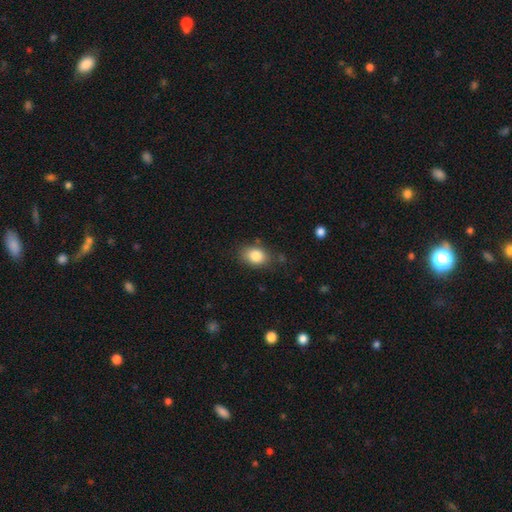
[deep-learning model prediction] Morphology: type=smooth (85%); roundness=in between (73%); merging=none (77%).